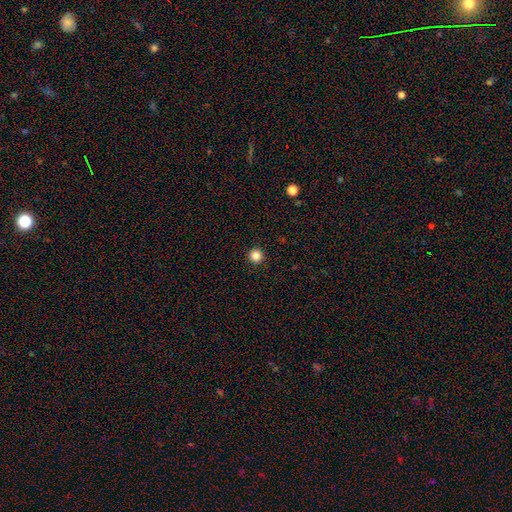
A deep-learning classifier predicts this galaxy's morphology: smooth_or_featured: smooth (p=0.85) [alt: star or artifact p=0.12]
how_rounded: round (p=0.96) [alt: in between p=0.03]
merging: none (p=0.94) [alt: minor disturbance p=0.04]